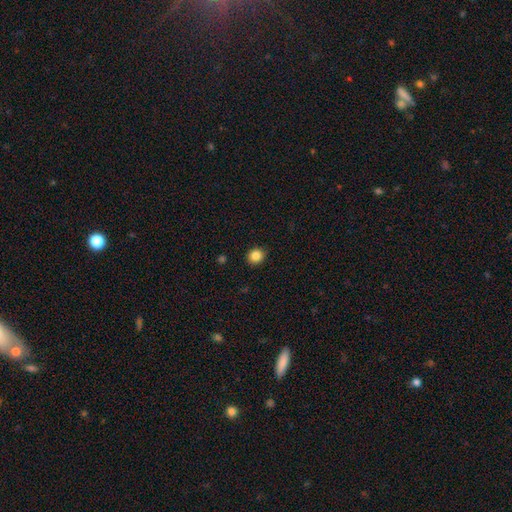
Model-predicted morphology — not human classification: type=smooth (86%); roundness=round (87%); merging=none (92%).